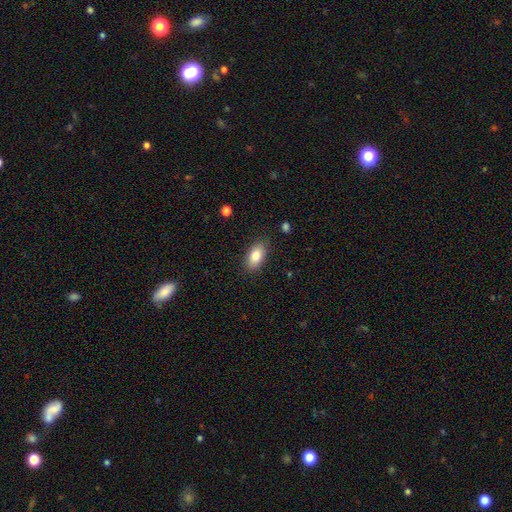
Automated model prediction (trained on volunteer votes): This appears to be a smooth galaxy with no disk features (82%) that is in between round and cigar-shaped (90%). Merging: none (84%).